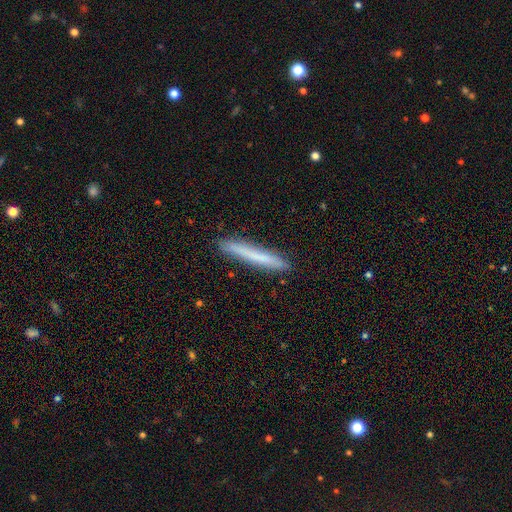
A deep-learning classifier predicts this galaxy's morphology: This appears to be a smooth galaxy with no disk features (67%) that is cigar-shaped (97%). Merging: none (90%).